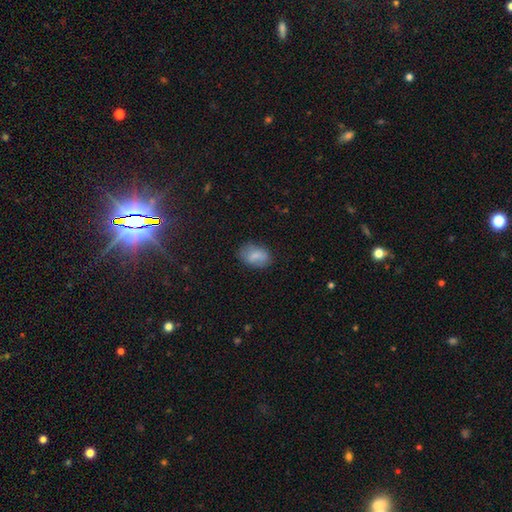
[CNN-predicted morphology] type=smooth (79%); roundness=in between (83%); merging=none (73%).